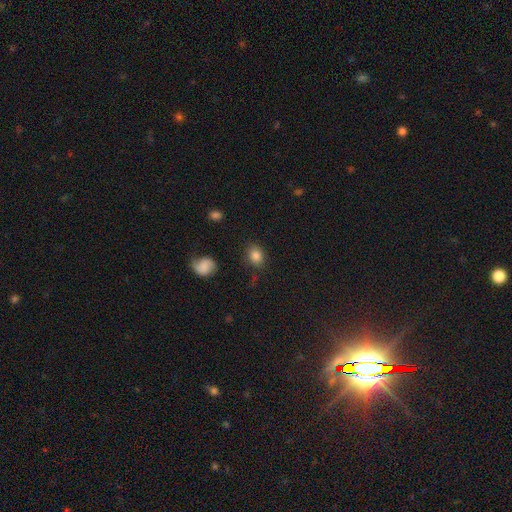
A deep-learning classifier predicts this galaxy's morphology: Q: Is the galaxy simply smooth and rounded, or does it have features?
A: smooth — 85%.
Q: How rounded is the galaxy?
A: round — 51%.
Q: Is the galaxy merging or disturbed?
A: none — 82%.